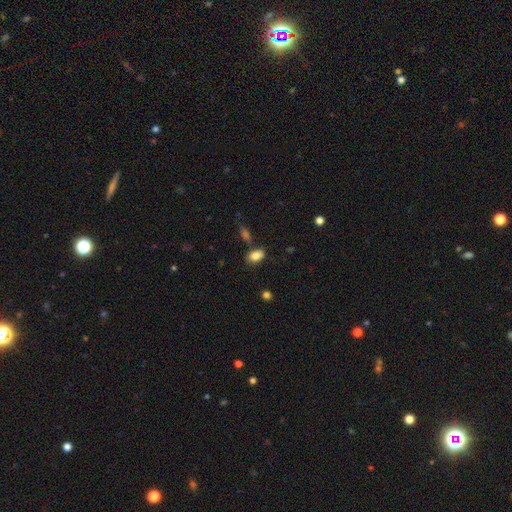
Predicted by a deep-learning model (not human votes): Smooth or featured: smooth — 83% (star or artifact — 9%)
How rounded: in between — 88% (round — 10%)
Merging: none — 69% (minor disturbance — 17%)